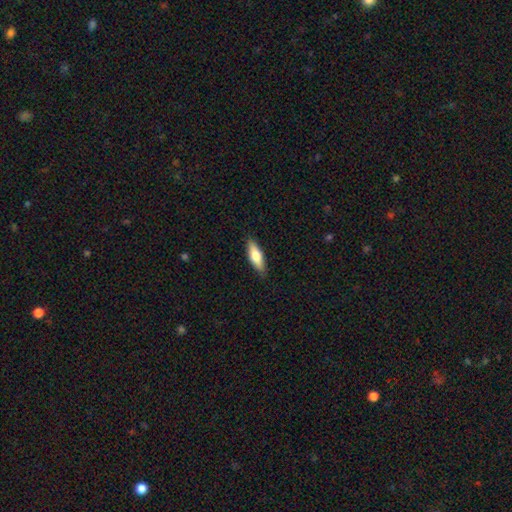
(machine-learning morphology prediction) smooth_or_featured: smooth (p=0.67) [alt: featured or disk p=0.27]
how_rounded: in between (p=0.54) [alt: cigar-shaped p=0.44]
merging: none (p=0.88) [alt: minor disturbance p=0.09]